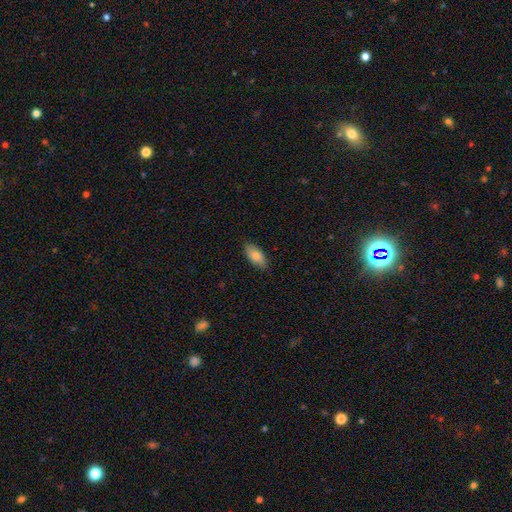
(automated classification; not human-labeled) Overall: smooth (82%). How rounded: in between (89%). Merging: none (85%).